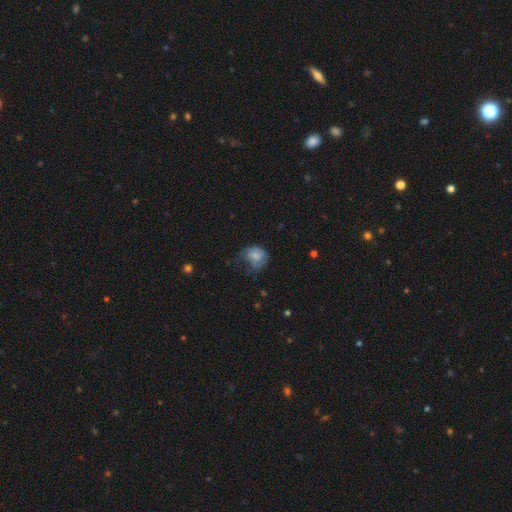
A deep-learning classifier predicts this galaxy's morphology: A smooth galaxy with no disk features (70%) that is round (60%).

Vote fractions:
- Smooth or featured? smooth: 70% / featured or disk: 20% / star or artifact: 10%
- How rounded? round: 60% / in between: 39% / cigar-shaped: 1%
- Merging? none: 37% / minor disturbance: 34% / major disturbance: 27% / merger: 2%